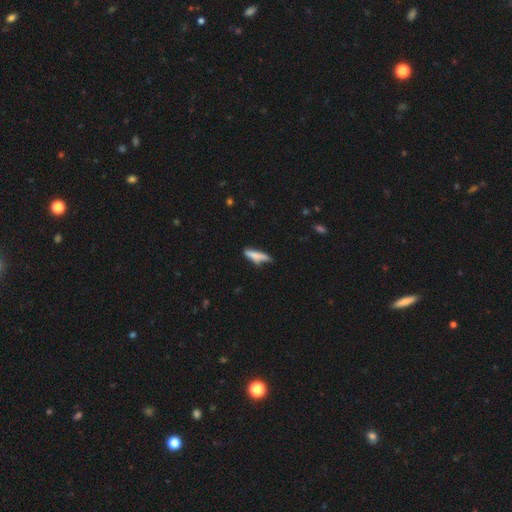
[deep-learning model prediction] smooth 73%, featured or disk 19%, star or artifact 7%. Down the decision tree: how rounded — cigar-shaped (75%); merging — none (50%).